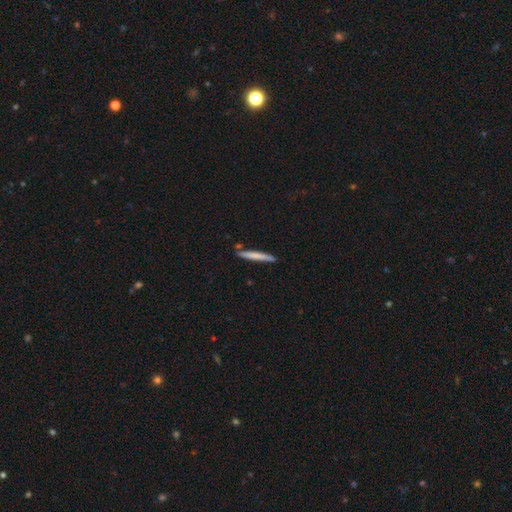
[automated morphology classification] smooth_or_featured: smooth (p=0.70) [alt: featured or disk p=0.25]
how_rounded: cigar-shaped (p=0.96) [alt: in between p=0.03]
merging: none (p=0.85) [alt: minor disturbance p=0.09]